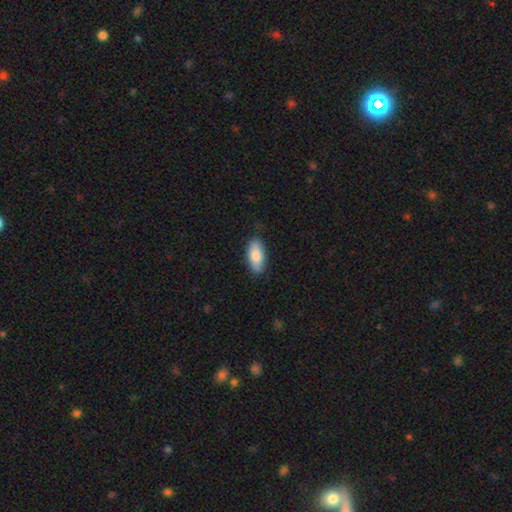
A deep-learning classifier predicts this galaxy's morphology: Smooth or featured? Predicted: smooth (p=0.80). How rounded? Predicted: in between (p=0.87). Merging? Predicted: none (p=0.84).